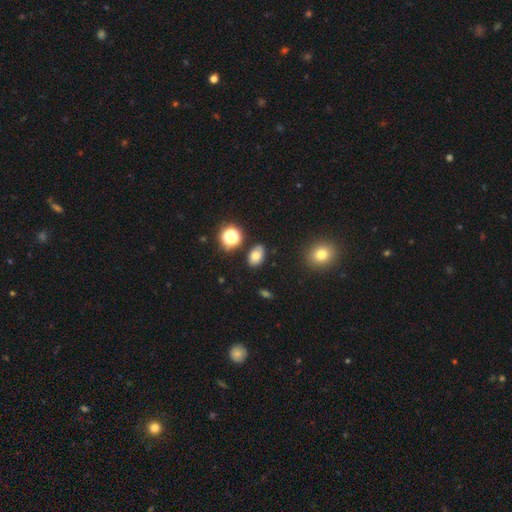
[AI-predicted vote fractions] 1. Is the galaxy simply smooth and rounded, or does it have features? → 71% smooth, 15% star or artifact, 14% featured or disk.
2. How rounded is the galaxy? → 84% in between, 14% round, 2% cigar-shaped.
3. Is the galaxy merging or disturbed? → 77% none, 15% minor disturbance, 4% merger, 4% major disturbance.